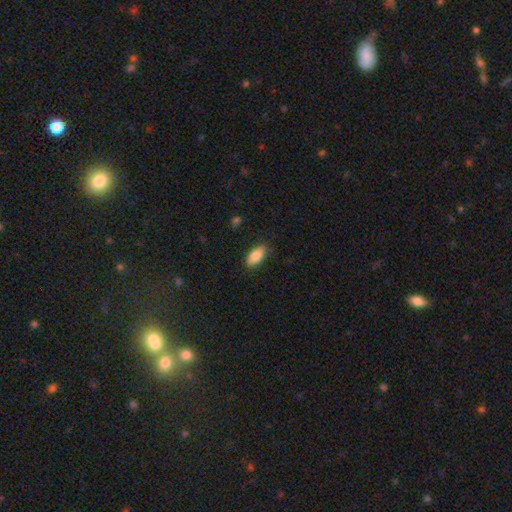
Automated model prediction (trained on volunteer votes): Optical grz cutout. It shows a smooth galaxy with no disk features (85%) that is in between round and cigar-shaped (89%). Merging: none (84%).